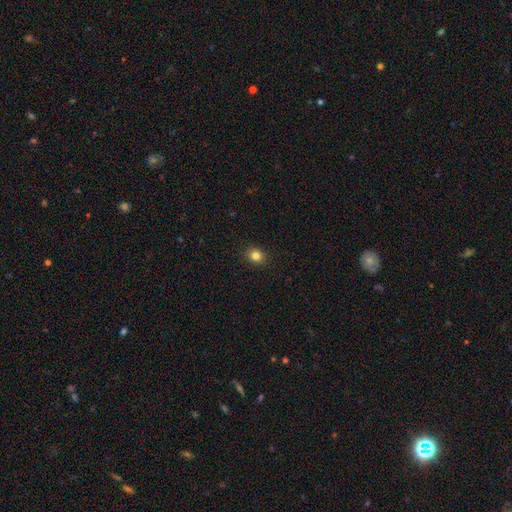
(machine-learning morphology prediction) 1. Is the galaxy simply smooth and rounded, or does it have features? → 83% smooth, 12% star or artifact, 6% featured or disk.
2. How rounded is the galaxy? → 64% round, 36% in between, 1% cigar-shaped.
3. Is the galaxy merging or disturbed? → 91% none, 7% minor disturbance, 2% major disturbance, 1% merger.